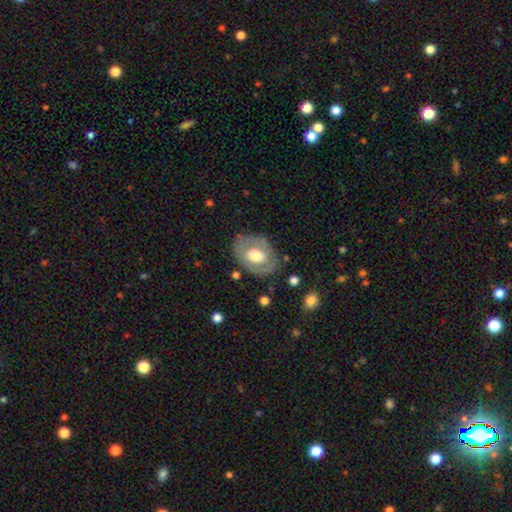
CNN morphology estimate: Overall: featured or disk (49%; smooth 45%). Merging: none (73%).